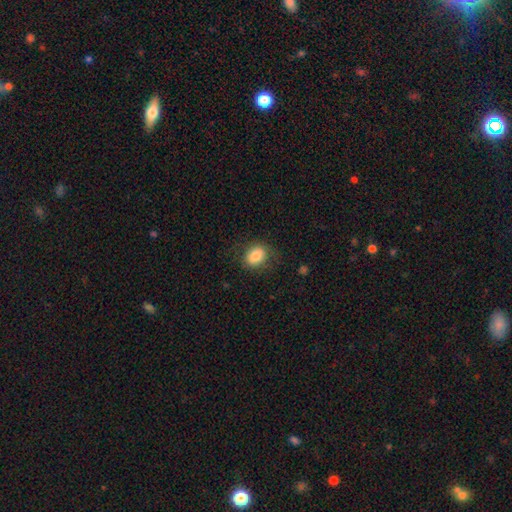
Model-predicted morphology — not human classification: Smooth or featured?
  - smooth: 83% *
  - featured or disk: 9%
  - star or artifact: 8%
How rounded?
  - in between: 61% *
  - round: 38%
  - cigar-shaped: 1%
Merging?
  - none: 76% *
  - minor disturbance: 16%
  - major disturbance: 7%
  - merger: 1%